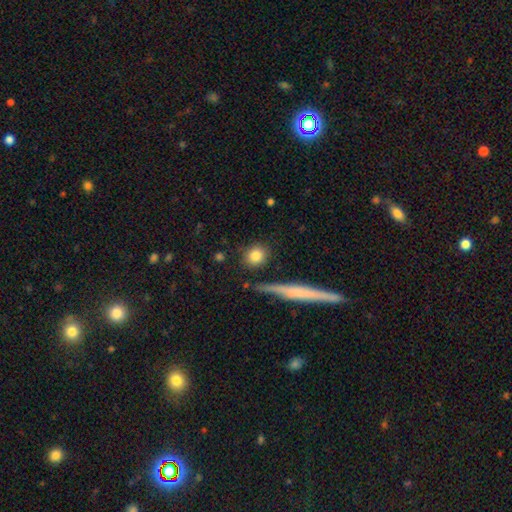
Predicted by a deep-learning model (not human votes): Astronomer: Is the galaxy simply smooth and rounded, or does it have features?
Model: smooth — 82%.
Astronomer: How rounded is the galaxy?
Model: round — 80%.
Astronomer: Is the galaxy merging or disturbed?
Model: none — 84%.